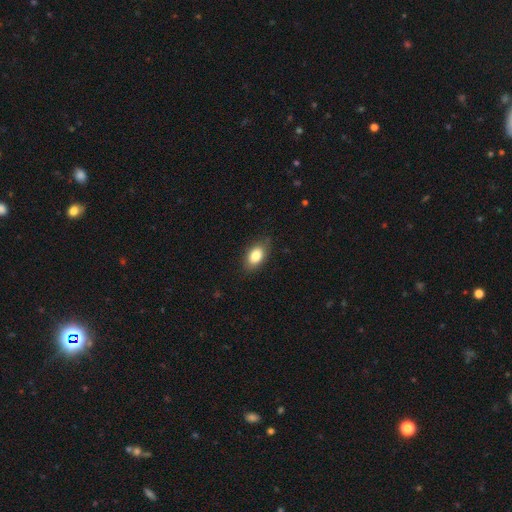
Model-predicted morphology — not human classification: smooth_or_featured: smooth (p=0.83) [alt: featured or disk p=0.09]
how_rounded: in between (p=0.89) [alt: round p=0.08]
merging: none (p=0.83) [alt: minor disturbance p=0.14]